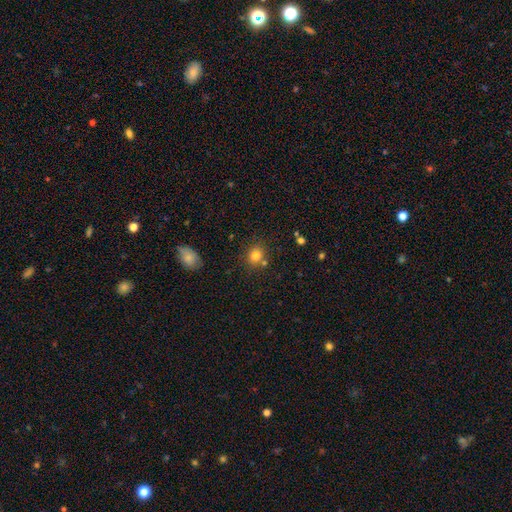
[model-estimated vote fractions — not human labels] Smooth or featured? smooth (80%)
How rounded? round (73%)
Merging? none (72%)